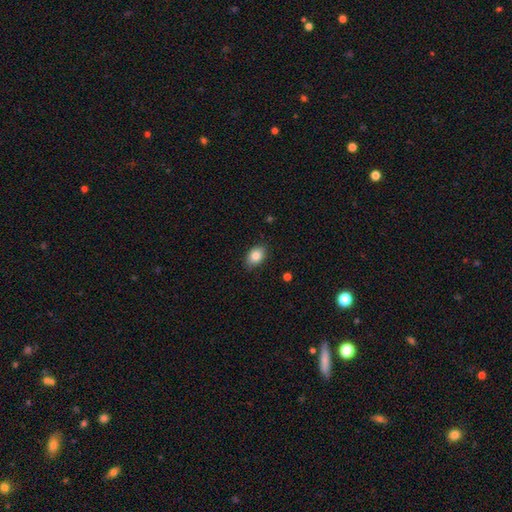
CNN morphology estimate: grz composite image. It shows a smooth galaxy with no disk features (83%) that is in between round and cigar-shaped (81%). Merging: none (84%).